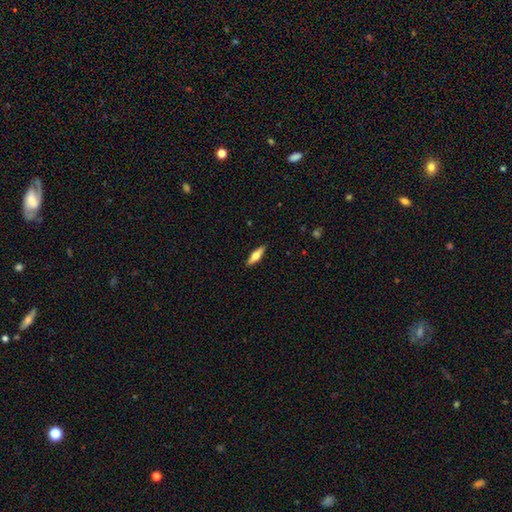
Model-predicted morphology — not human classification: Smooth or featured? smooth (51%)
How rounded? cigar-shaped (54%)
Merging? none (90%)